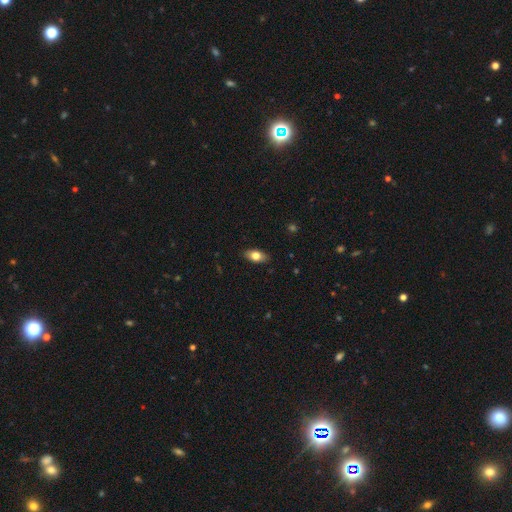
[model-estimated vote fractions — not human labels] smooth 76%, featured or disk 17%, star or artifact 7%. Down the decision tree: how rounded — in between (90%); merging — none (88%).